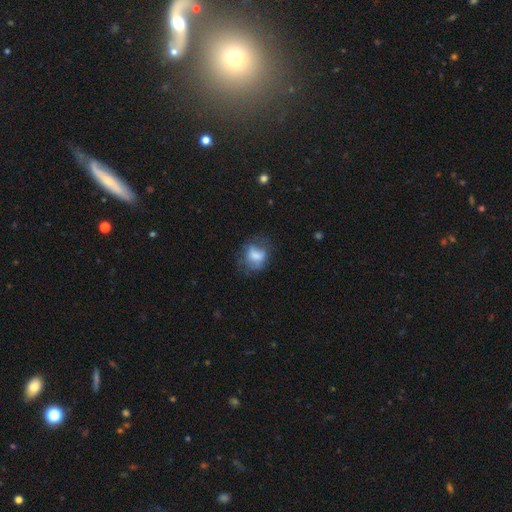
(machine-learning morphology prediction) Overall: smooth (61%; featured or disk 29%). How rounded: in between (52%; round 47%). Merging: none (49%; minor disturbance 26%).